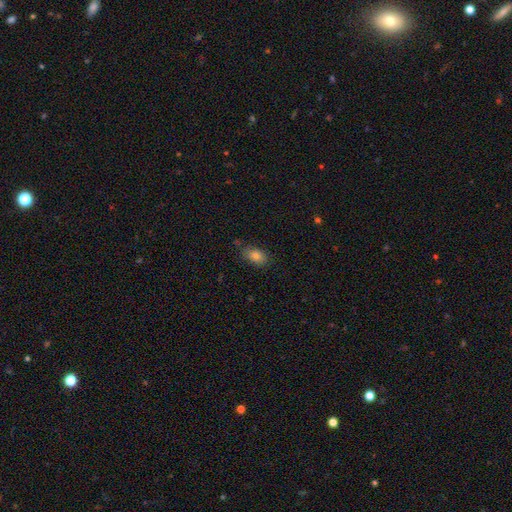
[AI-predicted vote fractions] The model was most divided on "merging": none: 76%, minor disturbance: 18%, major disturbance: 4%, merger: 3%. More confident: how rounded — in between (85%); smooth or featured — smooth (82%).